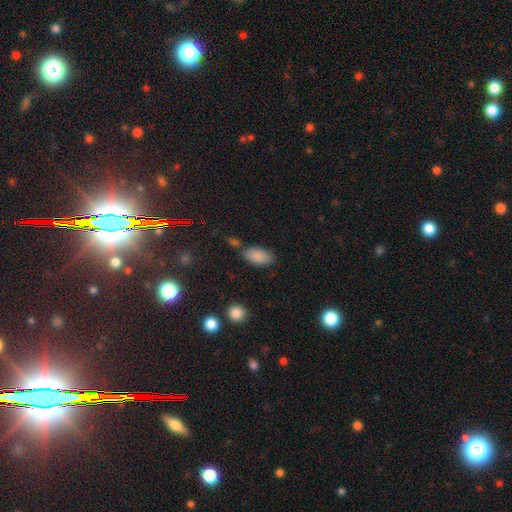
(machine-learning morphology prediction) The model was most divided on "merging": none: 70%, minor disturbance: 16%, merger: 10%, major disturbance: 4%. More confident: how rounded — in between (93%); smooth or featured — smooth (87%).